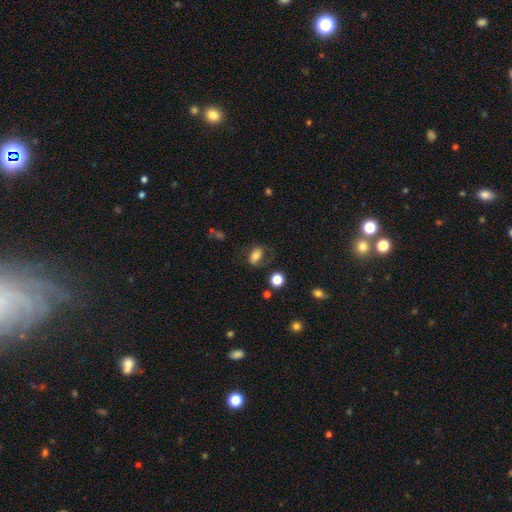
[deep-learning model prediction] Smooth or featured? smooth (68%)
How rounded? in between (83%)
Merging? none (61%)